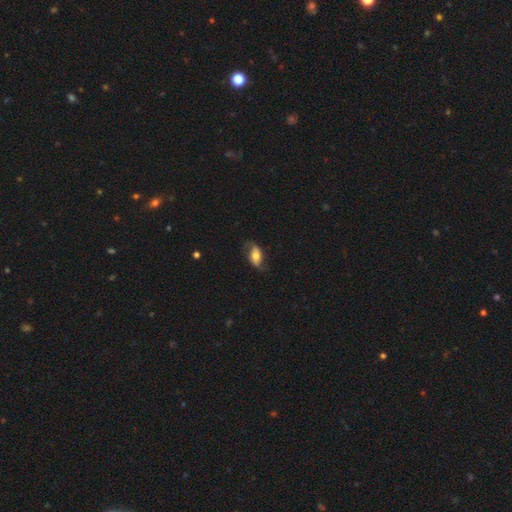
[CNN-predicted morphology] A featured or disk galaxy (51%).

Vote fractions:
- Smooth or featured? featured or disk: 51% / smooth: 42% / star or artifact: 7%
- Edge-on disk? no: 89% / yes: 11%
- Merging? none: 68% / minor disturbance: 21% / major disturbance: 9% / merger: 1%